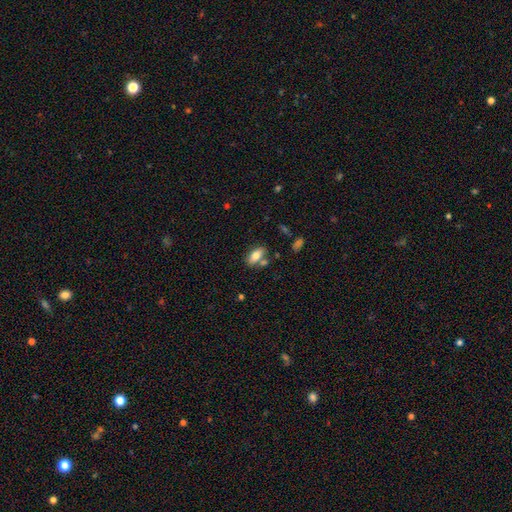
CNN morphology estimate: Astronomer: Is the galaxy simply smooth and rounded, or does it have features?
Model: smooth — 75%.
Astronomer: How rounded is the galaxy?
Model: in between — 86%.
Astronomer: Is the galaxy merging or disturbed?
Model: none — 68%.